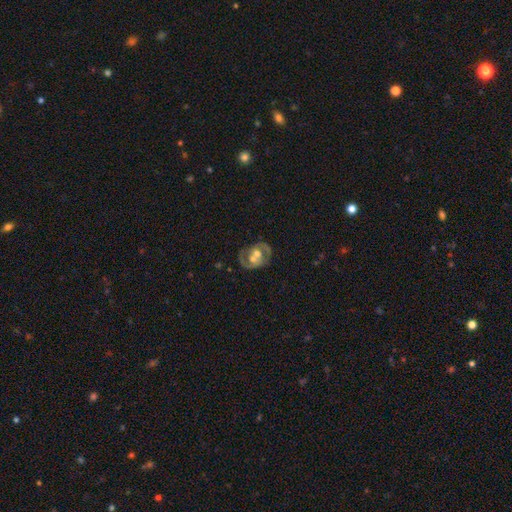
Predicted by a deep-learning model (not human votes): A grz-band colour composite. It shows a featured or disk galaxy (69%) with no bar (68%), spiral arms (60%) and a moderate central bulge (66%). Merging: none (39%).